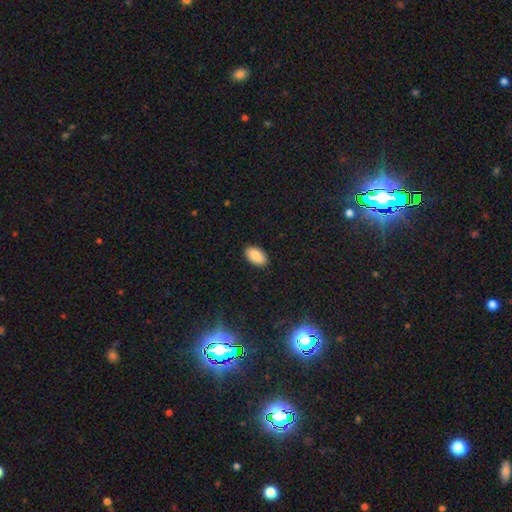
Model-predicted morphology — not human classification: A smooth galaxy with no disk features (88%) that is in between round and cigar-shaped (95%). Merging: none (89%).